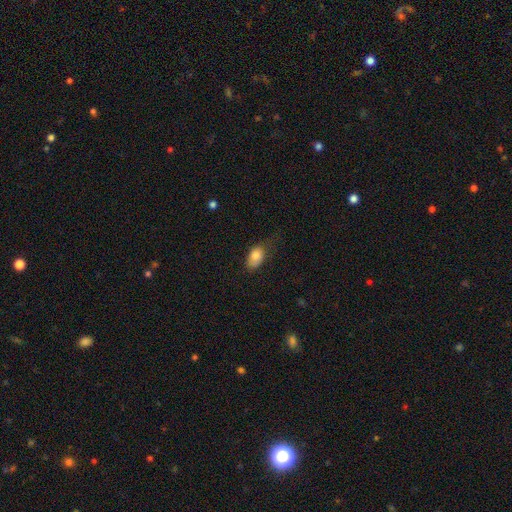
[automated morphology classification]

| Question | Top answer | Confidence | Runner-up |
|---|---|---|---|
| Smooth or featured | smooth | 83% | featured or disk (9%) |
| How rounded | in between | 89% | round (9%) |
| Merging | none | 52% | minor disturbance (33%) |